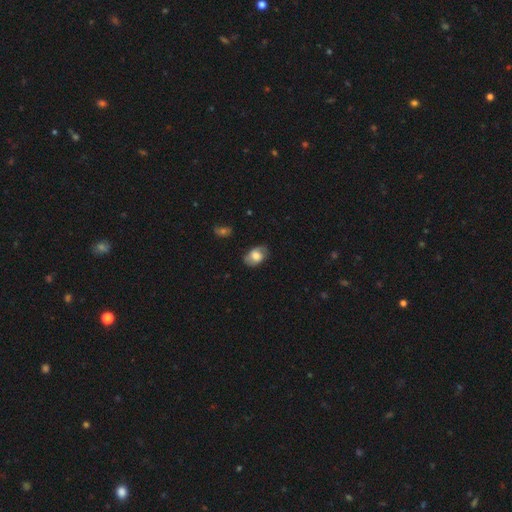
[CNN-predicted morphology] The model was most divided on "smooth or featured": smooth: 61%, featured or disk: 32%, star or artifact: 8%. More confident: how rounded — in between (83%); merging — none (73%).